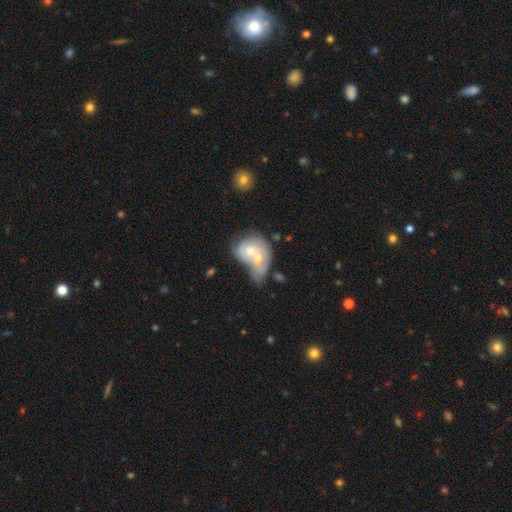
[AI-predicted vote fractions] A featured or disk galaxy (51%). Merging: merger (70%).